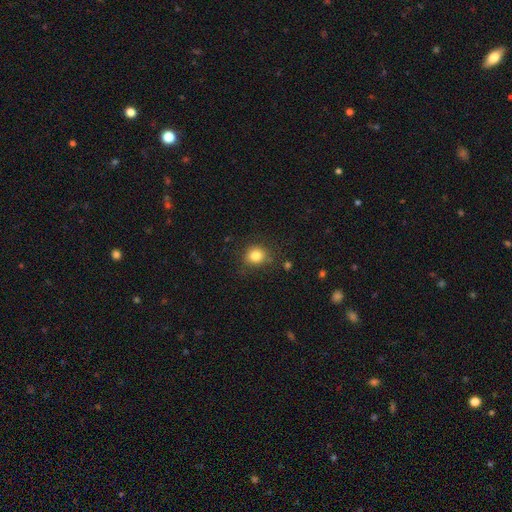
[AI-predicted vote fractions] Smooth or featured? smooth (82%)
How rounded? round (76%)
Merging? none (81%)